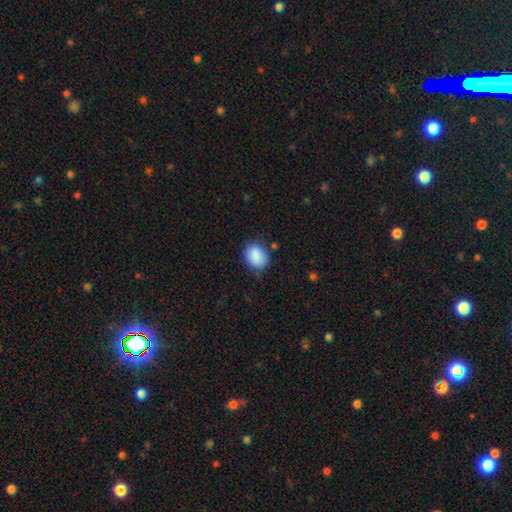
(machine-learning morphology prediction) A smooth galaxy with no disk features (89%) that is in between round and cigar-shaped (52%).

Vote fractions:
- Smooth or featured? smooth: 89% / star or artifact: 7% / featured or disk: 4%
- How rounded? in between: 52% / round: 47% / cigar-shaped: 1%
- Merging? none: 77% / minor disturbance: 17% / major disturbance: 4% / merger: 2%